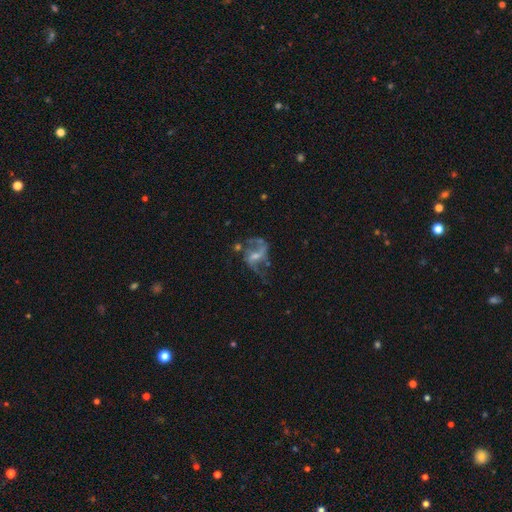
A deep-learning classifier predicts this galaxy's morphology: smooth-or-featured: featured or disk: 80% | smooth: 11% | star or artifact: 9%
  disk-edge-on: no: 97% | yes: 3%
    bar: weak: 51% | no: 26% | strong: 22%
    has-spiral-arms: yes: 86% | no: 14%
      spiral-winding: loose: 67% | medium: 28% | tight: 6%
      spiral-arm-count: 2: 82% | 1: 7% | can't tell: 6% | 3: 2% | 4: 1% | more than 4: 1%
    bulge-size: small: 43% | moderate: 34% | none: 18% | large: 4% | dominant: 1%
  merging: none: 41% | major disturbance: 32% | minor disturbance: 19% | merger: 8%